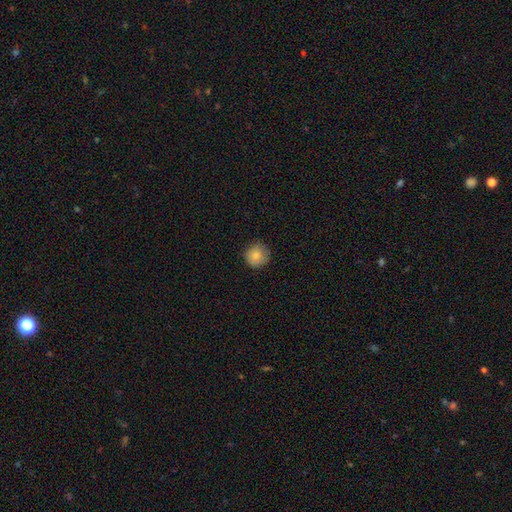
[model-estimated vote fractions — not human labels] smooth 80%, featured or disk 11%, star or artifact 9%. Down the decision tree: how rounded — round (93%); merging — none (82%).